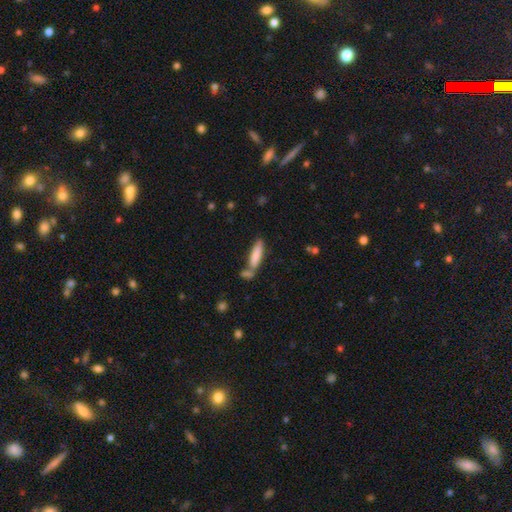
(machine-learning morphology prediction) Smooth or featured? Predicted: smooth (p=0.80). How rounded? Predicted: cigar-shaped (p=0.69). Merging? Predicted: none (p=0.56).